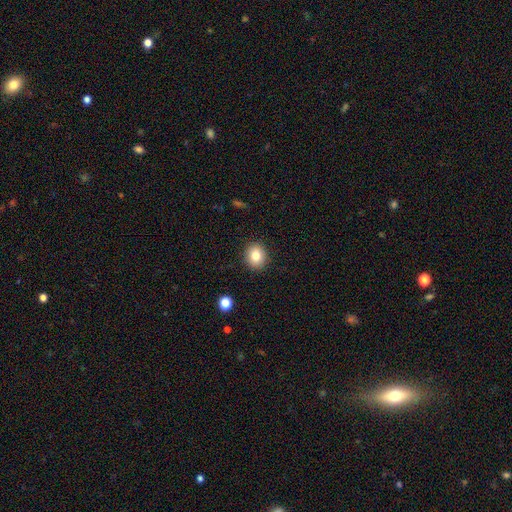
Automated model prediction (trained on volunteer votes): A smooth galaxy with no disk features (81%) that is round (76%). Merging: none (90%).